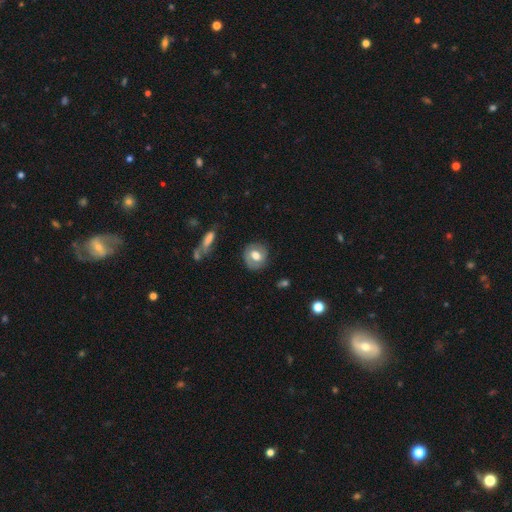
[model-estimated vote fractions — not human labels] Q: Smooth or featured?
A: smooth (56%); runner-up: featured or disk (37%)
Q: How rounded?
A: round (77%); runner-up: in between (21%)
Q: Merging?
A: none (80%); runner-up: minor disturbance (13%)